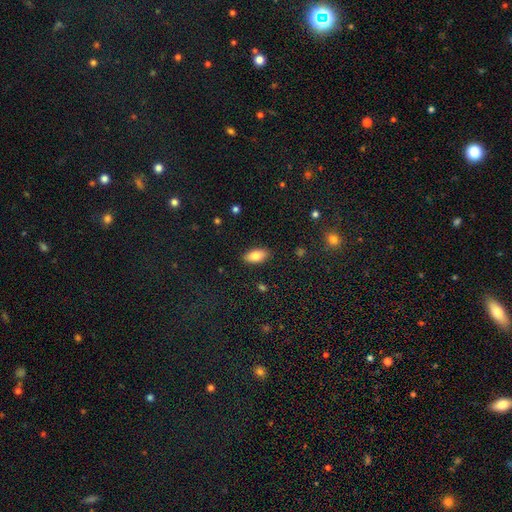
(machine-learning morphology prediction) smooth 81%, featured or disk 11%, star or artifact 8%. Down the decision tree: how rounded — in between (91%); merging — none (88%).